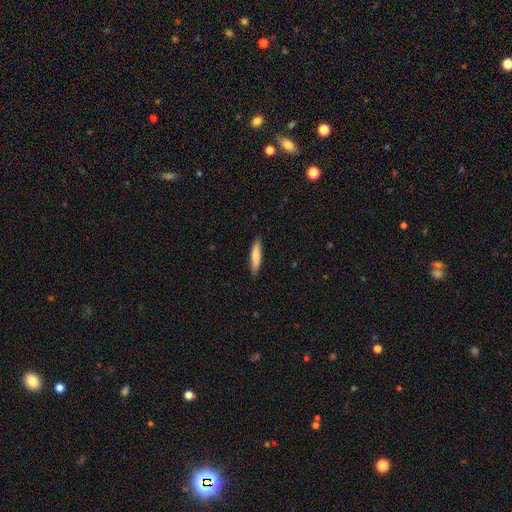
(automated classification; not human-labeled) Smooth or featured: smooth — 80% (featured or disk — 15%)
How rounded: cigar-shaped — 81% (in between — 18%)
Merging: none — 86% (minor disturbance — 11%)